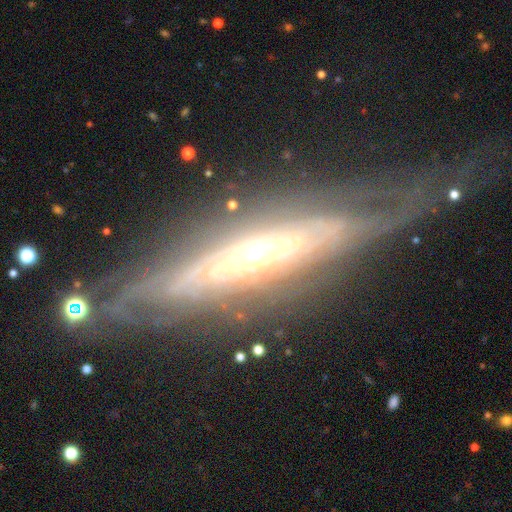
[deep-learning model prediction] Q: Smooth or featured?
A: featured or disk (83%); runner-up: smooth (11%)
Q: Edge-on disk?
A: no (51%); runner-up: yes (49%)
Q: Merging?
A: none (65%); runner-up: minor disturbance (19%)